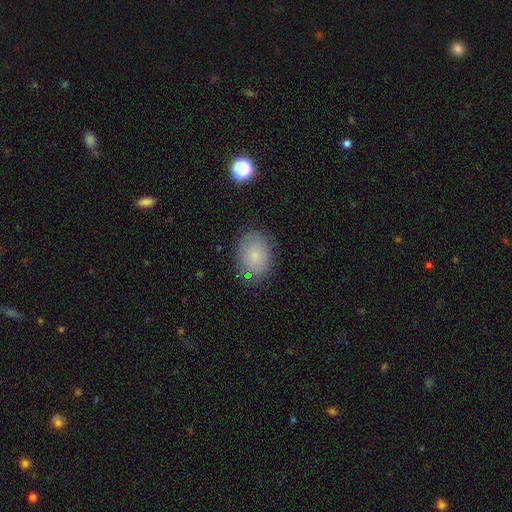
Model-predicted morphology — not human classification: smooth-or-featured: smooth: 77% | featured or disk: 13% | star or artifact: 10%
  how-rounded: in between: 68% | round: 31% | cigar-shaped: 1%
  merging: none: 79% | minor disturbance: 15% | major disturbance: 4% | merger: 2%